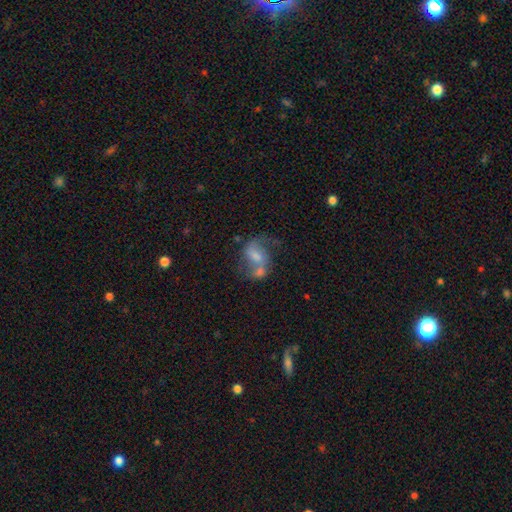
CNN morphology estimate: This appears to be a featured or disk galaxy (60%) with a weak bar (44%), spiral arms (79%) and a moderate central bulge (39%). Merging: merger (41%).